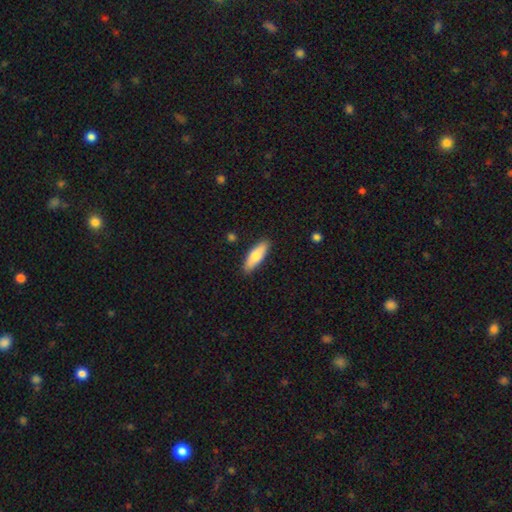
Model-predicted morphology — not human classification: Overall: smooth (77%). How rounded: in between (51%; cigar-shaped 47%). Merging: none (88%).